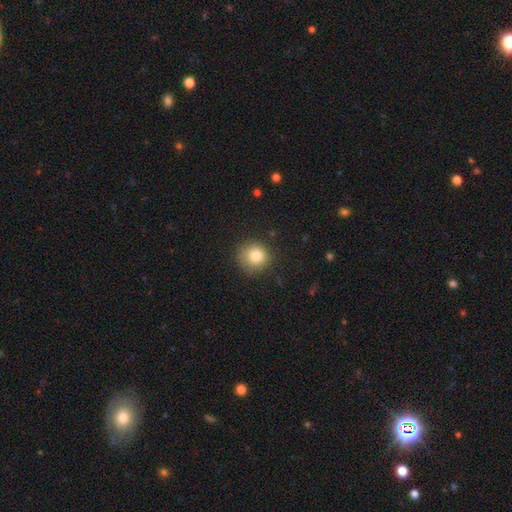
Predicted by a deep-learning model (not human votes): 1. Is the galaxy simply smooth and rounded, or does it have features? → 82% smooth, 11% star or artifact, 8% featured or disk.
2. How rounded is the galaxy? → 92% round, 7% in between, 1% cigar-shaped.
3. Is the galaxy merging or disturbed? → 82% none, 13% minor disturbance, 4% major disturbance, 1% merger.